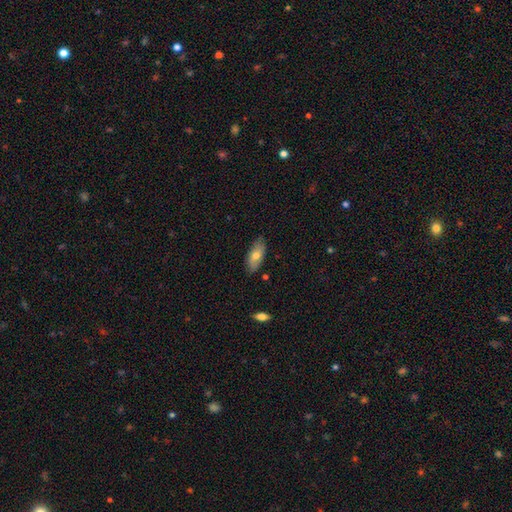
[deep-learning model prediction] smooth 68%, featured or disk 25%, star or artifact 7%. Down the decision tree: how rounded — in between (85%); merging — none (82%).